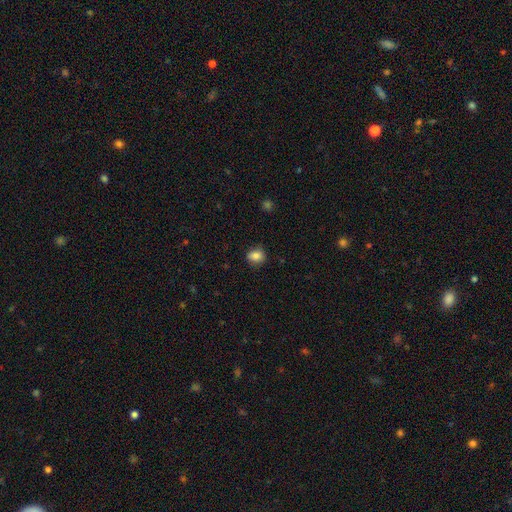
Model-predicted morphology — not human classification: Smooth or featured?
  - smooth: 84% *
  - star or artifact: 10%
  - featured or disk: 7%
How rounded?
  - round: 58% *
  - in between: 41%
  - cigar-shaped: 1%
Merging?
  - none: 81% *
  - minor disturbance: 15%
  - major disturbance: 3%
  - merger: 1%